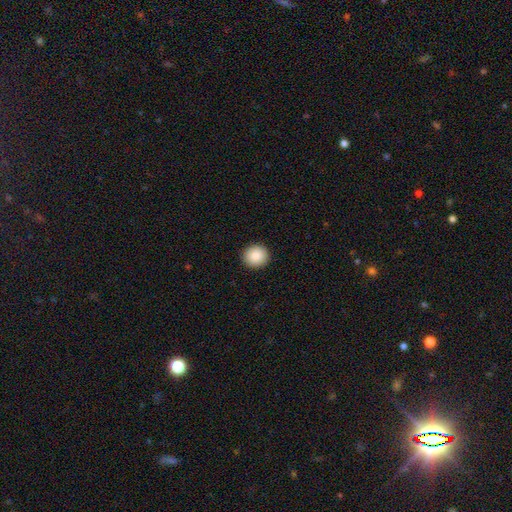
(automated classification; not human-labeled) Smooth or featured?
  - smooth: 88% *
  - star or artifact: 8%
  - featured or disk: 4%
How rounded?
  - round: 88% *
  - in between: 11%
  - cigar-shaped: 1%
Merging?
  - none: 92% *
  - minor disturbance: 5%
  - major disturbance: 2%
  - merger: 1%